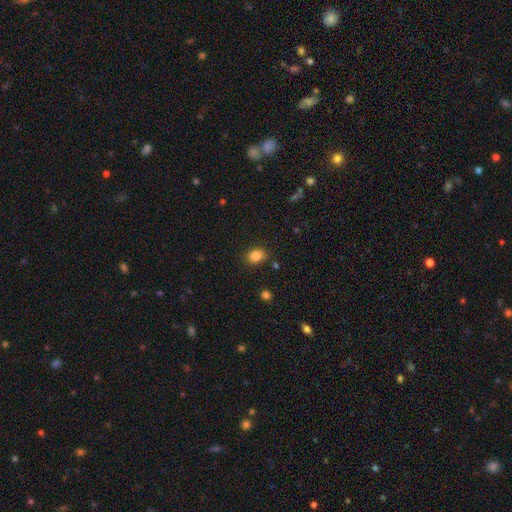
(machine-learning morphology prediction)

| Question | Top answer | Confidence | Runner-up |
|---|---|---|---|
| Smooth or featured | smooth | 85% | star or artifact (10%) |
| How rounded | in between | 63% | round (36%) |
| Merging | none | 84% | minor disturbance (11%) |